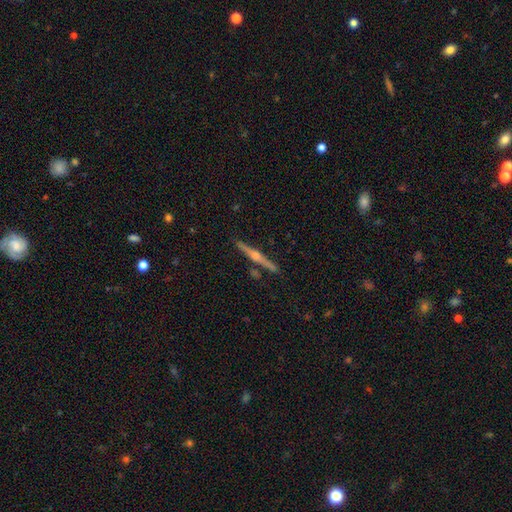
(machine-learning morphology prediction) This appears to be a featured or disk galaxy (81%) viewed edge-on (98%) with a rounded central bulge (89%). Merging: none (89%).